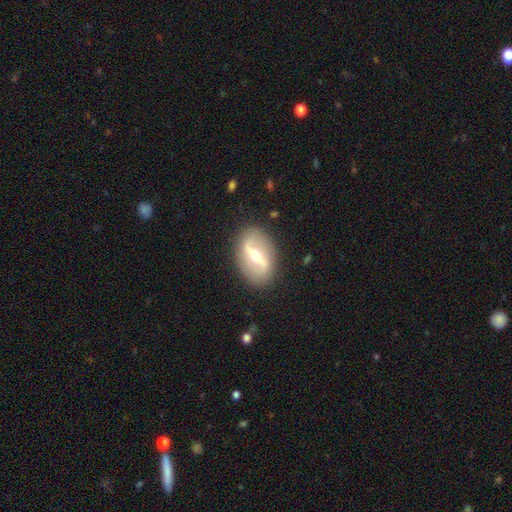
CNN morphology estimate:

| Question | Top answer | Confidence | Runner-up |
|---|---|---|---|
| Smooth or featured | featured or disk | 74% | smooth (20%) |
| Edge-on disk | no | 86% | yes (14%) |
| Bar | strong | 63% | weak (29%) |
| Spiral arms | no | 53% | yes (47%) |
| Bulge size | moderate | 69% | small (20%) |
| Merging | none | 85% | minor disturbance (10%) |